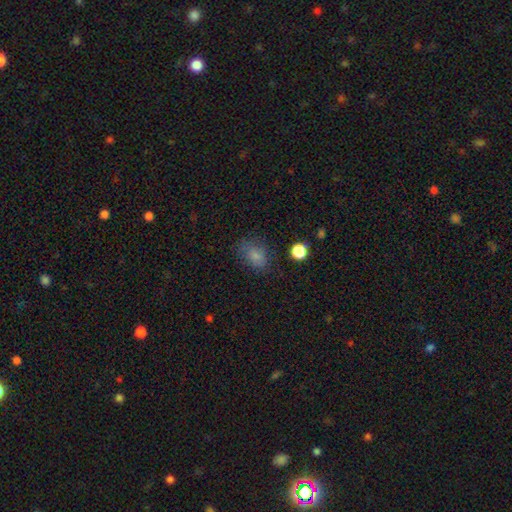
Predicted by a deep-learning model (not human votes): smooth-or-featured: smooth: 79% | star or artifact: 13% | featured or disk: 9%
  how-rounded: in between: 78% | round: 21% | cigar-shaped: 2%
  merging: none: 69% | minor disturbance: 20% | major disturbance: 8% | merger: 2%